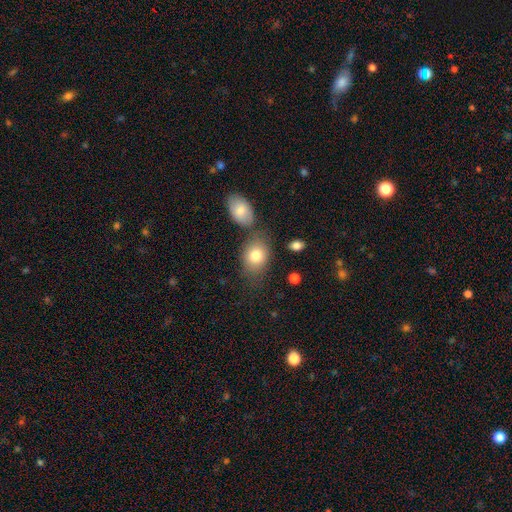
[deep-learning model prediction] smooth_or_featured: smooth (p=0.80) [alt: featured or disk p=0.12]
how_rounded: in between (p=0.69) [alt: round p=0.30]
merging: none (p=0.60) [alt: merger p=0.18]